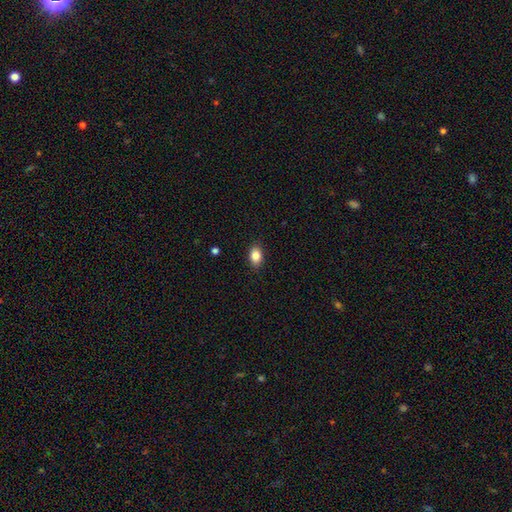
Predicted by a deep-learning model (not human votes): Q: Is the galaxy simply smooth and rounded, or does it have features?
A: smooth — 85%.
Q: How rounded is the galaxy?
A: in between — 82%.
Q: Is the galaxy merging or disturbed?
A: none — 88%.